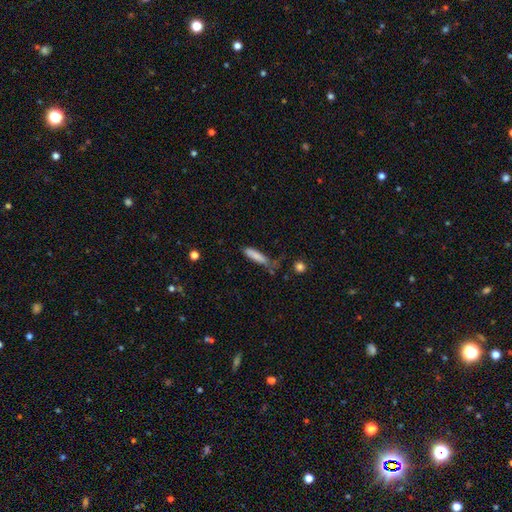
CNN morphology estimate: Smooth or featured?
  - smooth: 80% *
  - featured or disk: 13%
  - star or artifact: 7%
How rounded?
  - cigar-shaped: 73% *
  - in between: 25%
  - round: 2%
Merging?
  - none: 49% *
  - minor disturbance: 31%
  - major disturbance: 14%
  - merger: 6%